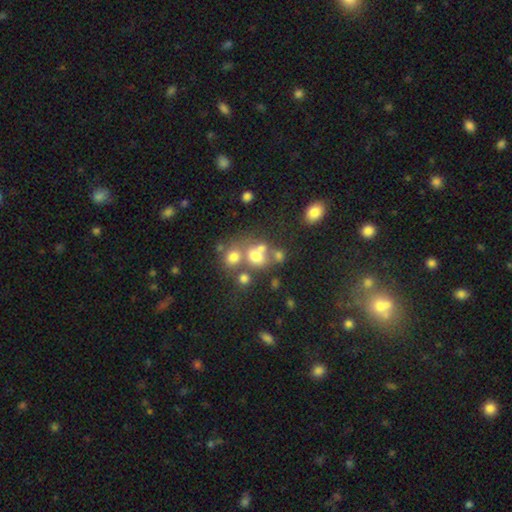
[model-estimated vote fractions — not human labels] Smooth or featured: smooth — 62% (featured or disk — 20%)
How rounded: round — 64% (in between — 34%)
Merging: merger — 42% (none — 39%)